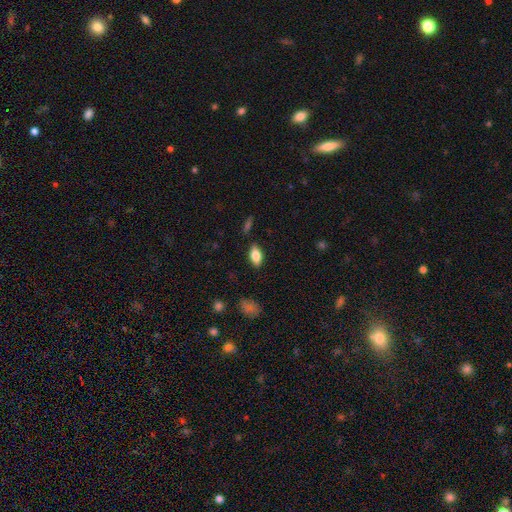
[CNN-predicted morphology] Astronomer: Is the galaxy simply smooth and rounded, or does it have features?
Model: smooth — 77%.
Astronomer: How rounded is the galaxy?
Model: in between — 88%.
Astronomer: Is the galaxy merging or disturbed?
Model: none — 85%.